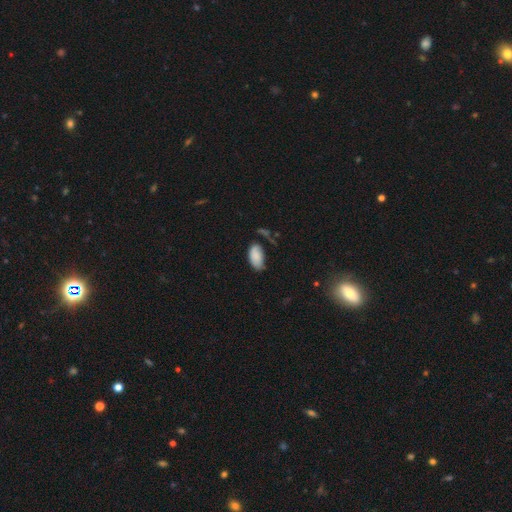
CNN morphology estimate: Smooth or featured? Predicted: smooth (p=0.86). How rounded? Predicted: in between (p=0.95). Merging? Predicted: none (p=0.58).